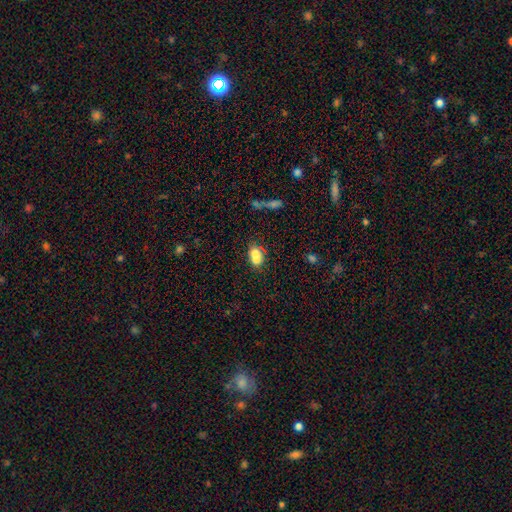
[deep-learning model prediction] smooth-or-featured: smooth: 71% | featured or disk: 16% | star or artifact: 12%
  how-rounded: in between: 68% | round: 30% | cigar-shaped: 2%
  merging: merger: 46% | none: 34% | minor disturbance: 13% | major disturbance: 7%